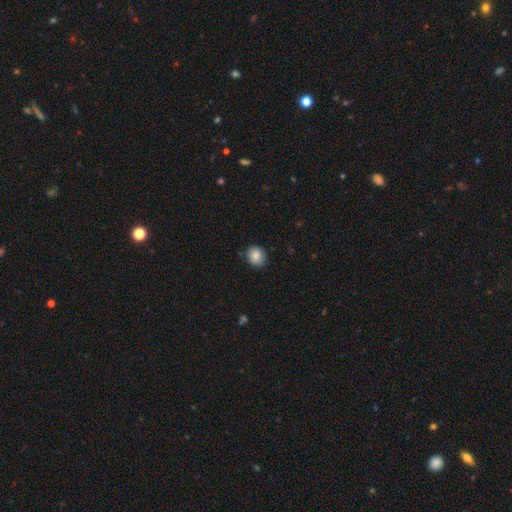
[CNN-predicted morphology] smooth_or_featured: smooth (p=0.85) [alt: star or artifact p=0.09]
how_rounded: round (p=0.72) [alt: in between p=0.27]
merging: none (p=0.87) [alt: minor disturbance p=0.10]